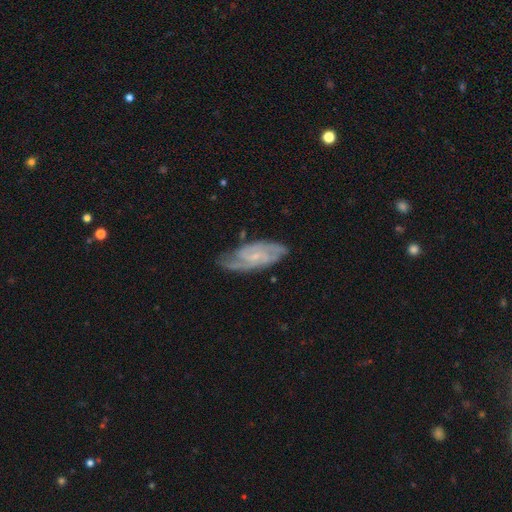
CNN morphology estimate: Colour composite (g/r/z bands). It shows a featured or disk galaxy (84%) with no bar (54%), 2 (54%) medium (45%) spiral arms (96%) and a small central bulge (75%). Merging: none (72%).